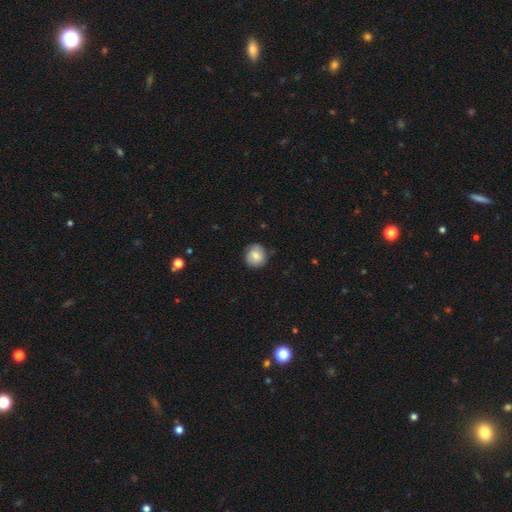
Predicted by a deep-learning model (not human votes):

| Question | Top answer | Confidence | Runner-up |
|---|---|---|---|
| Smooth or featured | smooth | 73% | featured or disk (20%) |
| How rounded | round | 90% | in between (9%) |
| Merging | none | 80% | minor disturbance (16%) |